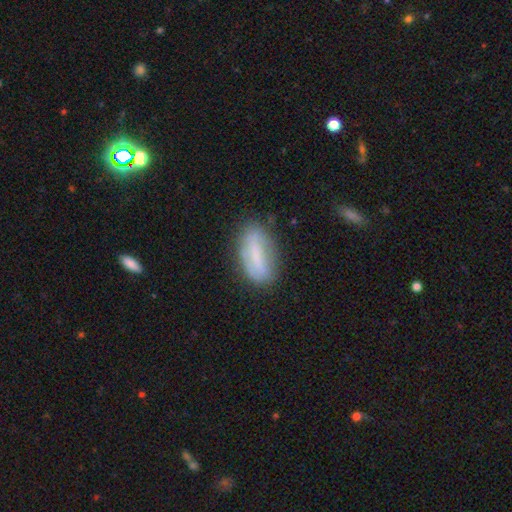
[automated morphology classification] type=smooth (59%); roundness=in between (78%); merging=none (69%).